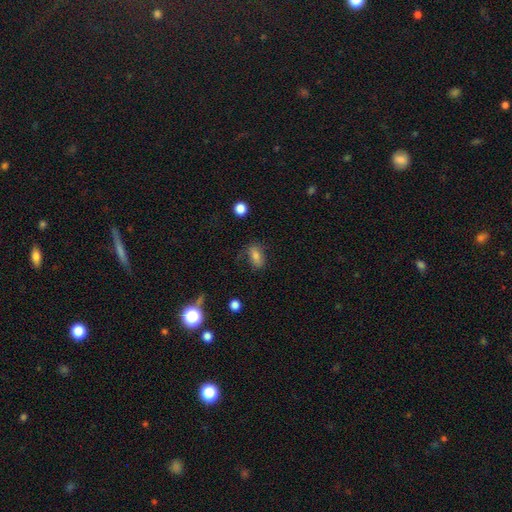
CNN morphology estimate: A smooth galaxy with no disk features (73%) that is in between round and cigar-shaped (83%). Merging: none (69%).